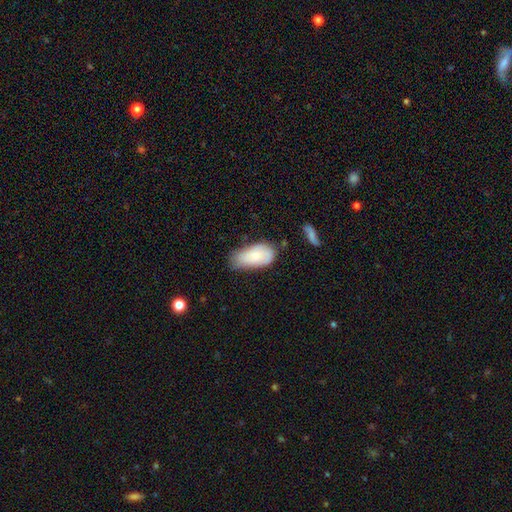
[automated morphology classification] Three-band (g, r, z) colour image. It shows a smooth galaxy with no disk features (74%) that is in between round and cigar-shaped (93%). Merging: none (44%).